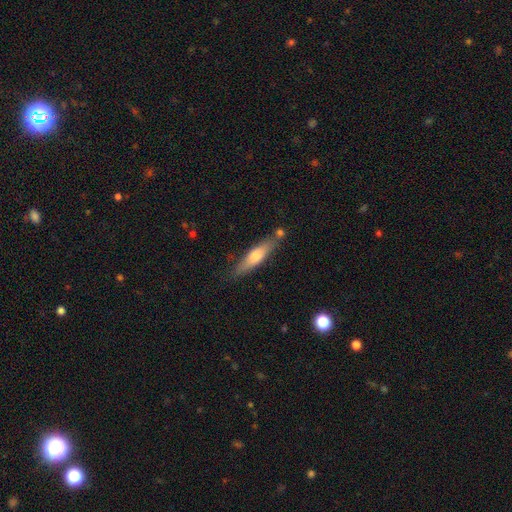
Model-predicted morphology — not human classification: Smooth or featured? smooth (58%)
How rounded? cigar-shaped (77%)
Merging? none (74%)